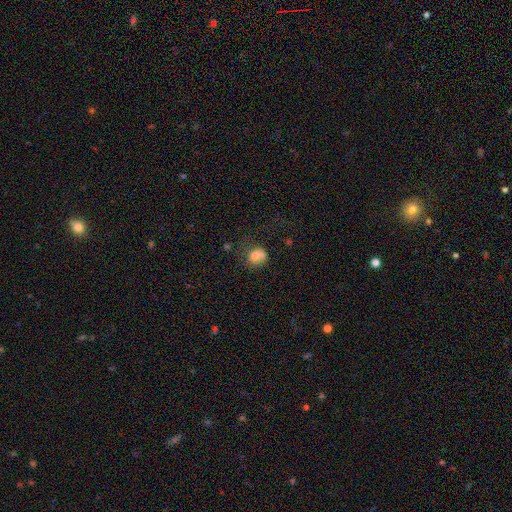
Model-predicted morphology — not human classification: type=smooth (70%); roundness=round (66%); merging=none (36%).